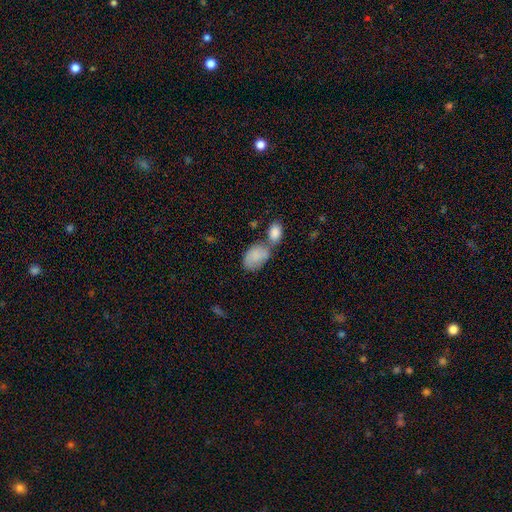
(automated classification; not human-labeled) The model was most divided on "merging": merger: 48%, none: 32%, minor disturbance: 14%, major disturbance: 6%. More confident: how rounded — in between (90%); smooth or featured — smooth (84%).